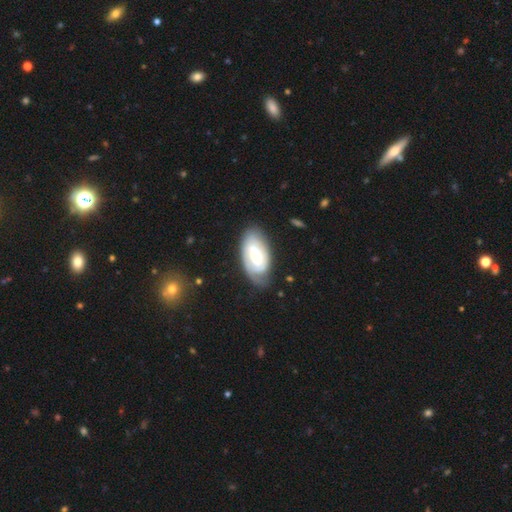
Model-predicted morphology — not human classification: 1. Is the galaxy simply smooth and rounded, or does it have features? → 67% featured or disk, 27% smooth, 6% star or artifact.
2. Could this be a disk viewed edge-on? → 95% no, 5% yes.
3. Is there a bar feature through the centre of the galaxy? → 49% weak, 26% strong, 25% no.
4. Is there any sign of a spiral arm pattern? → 86% yes, 14% no.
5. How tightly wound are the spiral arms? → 53% tight, 35% medium, 13% loose.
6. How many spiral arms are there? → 54% 2, 27% can't tell, 10% 1, 5% 3, 2% 4, 2% more than 4.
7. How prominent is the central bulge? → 42% moderate, 36% small, 13% large, 7% none, 2% dominant.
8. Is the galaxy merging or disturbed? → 65% none, 24% minor disturbance, 9% major disturbance, 2% merger.